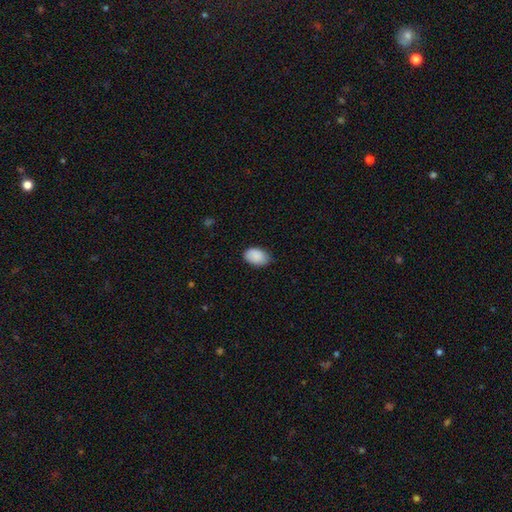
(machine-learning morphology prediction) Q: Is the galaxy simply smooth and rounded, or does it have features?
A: smooth — 89%.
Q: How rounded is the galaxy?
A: in between — 88%.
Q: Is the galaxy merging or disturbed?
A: none — 71%.